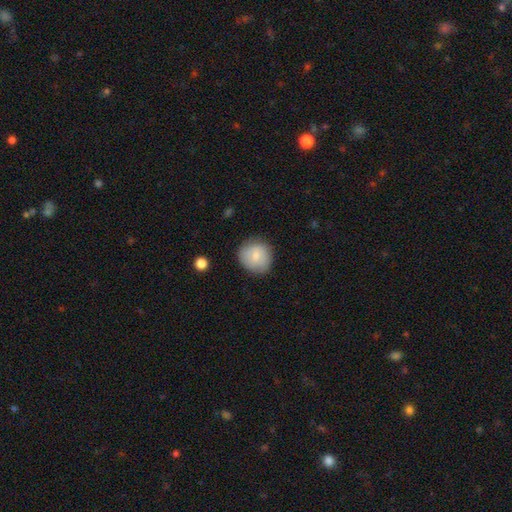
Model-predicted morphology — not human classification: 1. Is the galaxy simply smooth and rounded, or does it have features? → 71% smooth, 22% featured or disk, 7% star or artifact.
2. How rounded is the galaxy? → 87% round, 12% in between, 1% cigar-shaped.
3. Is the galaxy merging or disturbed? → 79% none, 16% minor disturbance, 4% major disturbance, 1% merger.